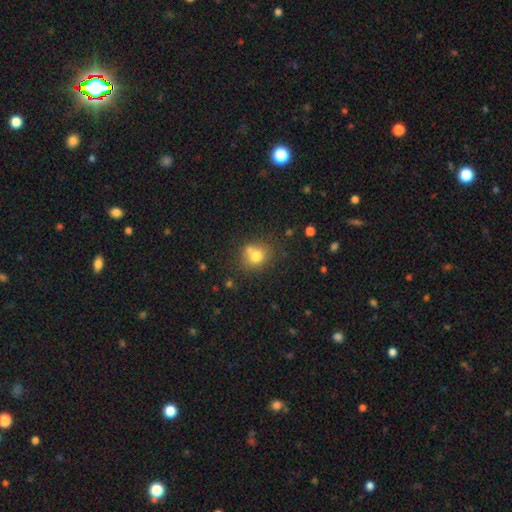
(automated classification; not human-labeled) Smooth or featured: smooth — 74% (featured or disk — 14%)
How rounded: round — 76% (in between — 23%)
Merging: none — 56% (merger — 27%)